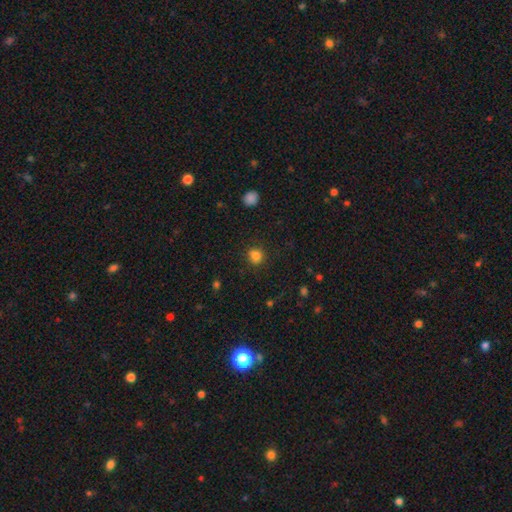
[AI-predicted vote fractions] Smooth or featured? Predicted: smooth (p=0.82). How rounded? Predicted: round (p=0.87). Merging? Predicted: none (p=0.86).